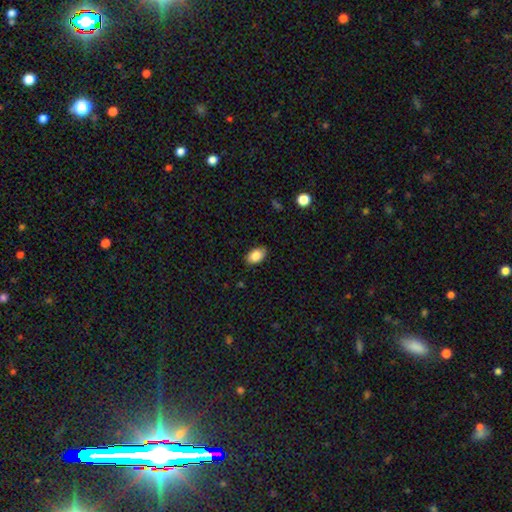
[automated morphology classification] A smooth galaxy with no disk features (85%) that is in between round and cigar-shaped (91%). Merging: none (87%).